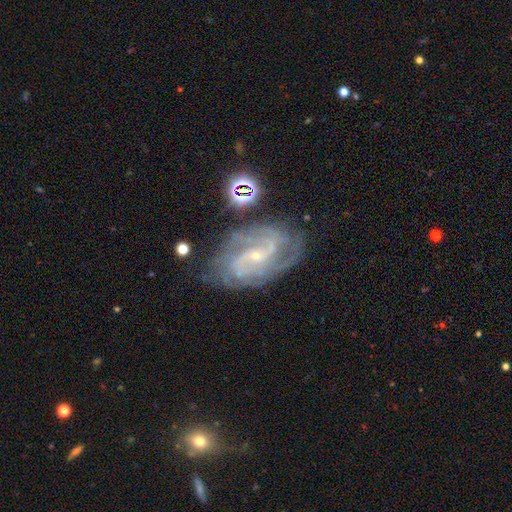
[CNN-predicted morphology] Smooth or featured? Predicted: featured or disk (p=0.87). Edge-on disk? Predicted: no (p=0.96). Bar? Predicted: weak (p=0.42). Spiral arms? Predicted: yes (p=0.97). Spiral winding? Predicted: medium (p=0.45). Spiral arm count? Predicted: 2 (p=0.45). Bulge size? Predicted: small (p=0.81). Merging? Predicted: none (p=0.69).